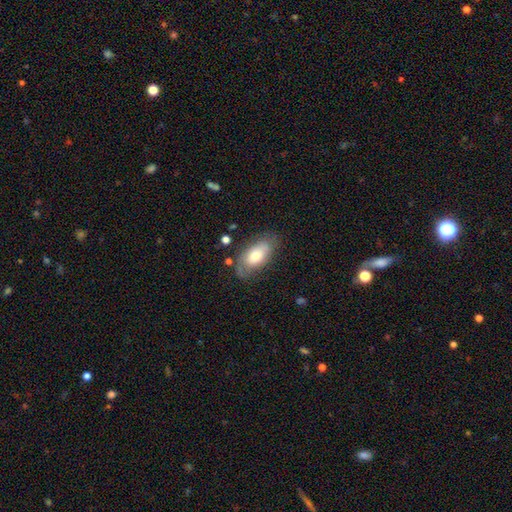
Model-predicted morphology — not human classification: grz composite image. It shows a smooth galaxy with no disk features (60%) that is in between round and cigar-shaped (90%). Merging: none (67%).